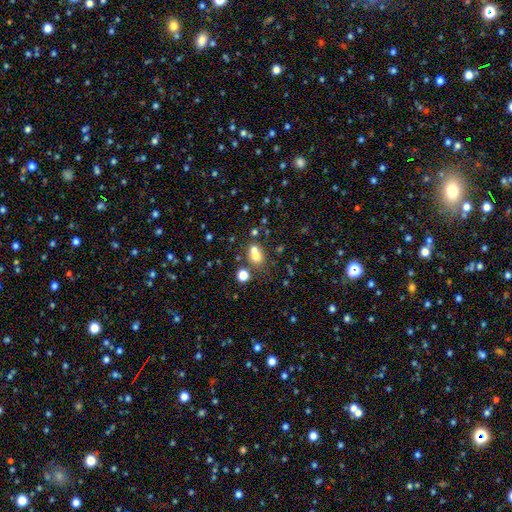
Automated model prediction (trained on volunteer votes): Smooth or featured? Predicted: smooth (p=0.66). How rounded? Predicted: round (p=0.67). Merging? Predicted: merger (p=0.49).